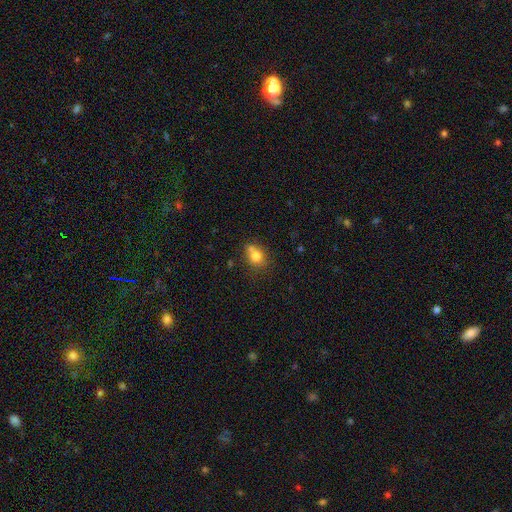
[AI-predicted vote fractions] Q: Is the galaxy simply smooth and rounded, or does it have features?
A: smooth — 78%.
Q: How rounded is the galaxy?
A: round — 65%.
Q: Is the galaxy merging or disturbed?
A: none — 50%.